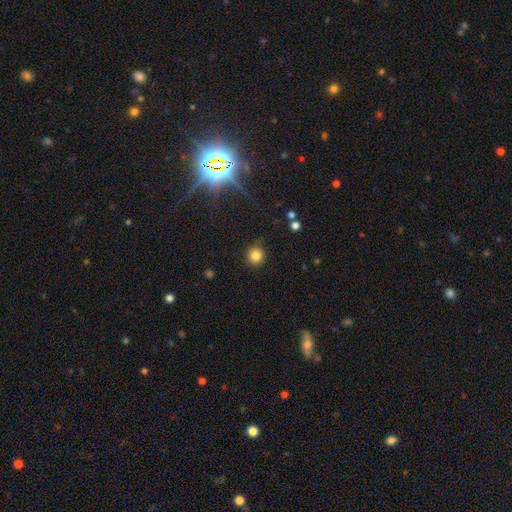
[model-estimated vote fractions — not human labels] A smooth galaxy with no disk features (81%) that is round (90%). Merging: none (78%).